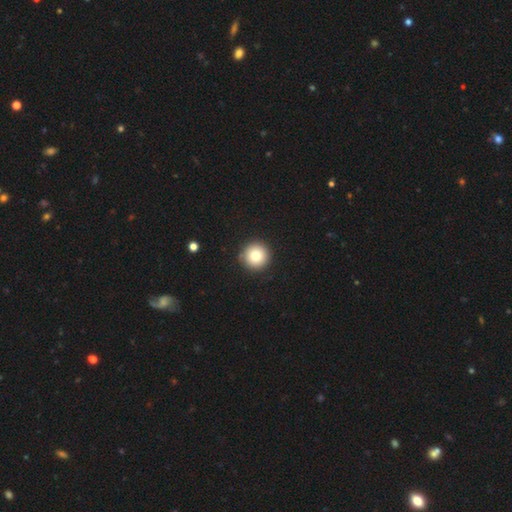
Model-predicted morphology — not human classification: Smooth or featured: smooth — 79% (featured or disk — 11%)
How rounded: round — 97% (in between — 2%)
Merging: none — 91% (minor disturbance — 6%)